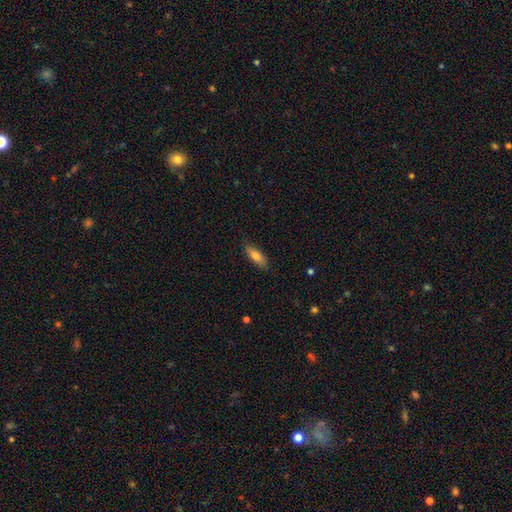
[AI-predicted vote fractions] Smooth or featured? smooth (79%)
How rounded? in between (63%)
Merging? none (82%)